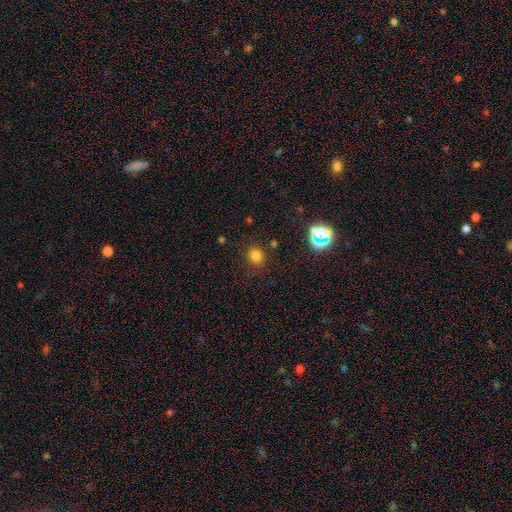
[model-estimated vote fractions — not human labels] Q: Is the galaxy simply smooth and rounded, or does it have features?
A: smooth — 77%.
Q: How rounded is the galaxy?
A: round — 82%.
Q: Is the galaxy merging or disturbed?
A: none — 84%.